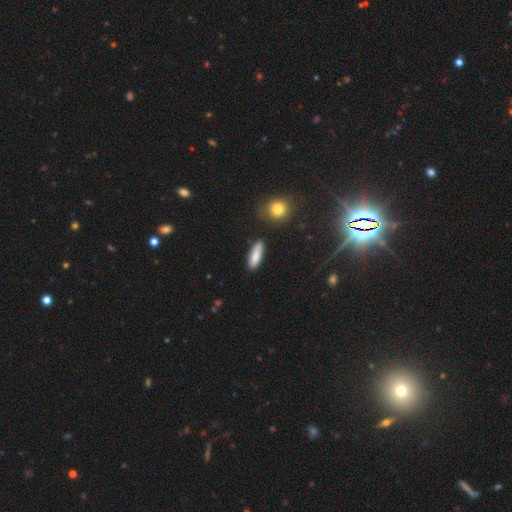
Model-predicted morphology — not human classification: Overall: smooth (84%). How rounded: cigar-shaped (52%; in between 46%). Merging: none (84%).